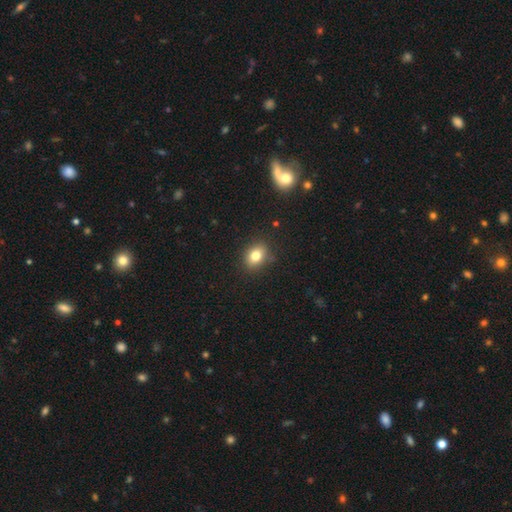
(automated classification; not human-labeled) smooth_or_featured: smooth (p=0.80) [alt: star or artifact p=0.11]
how_rounded: in between (p=0.60) [alt: round p=0.39]
merging: none (p=0.84) [alt: minor disturbance p=0.12]